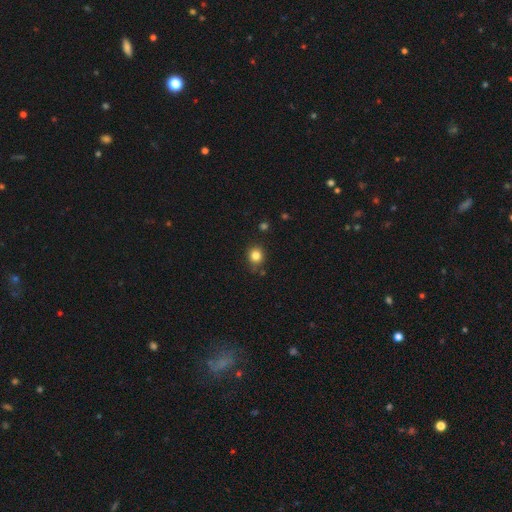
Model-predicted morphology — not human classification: Q: Smooth or featured?
A: smooth (83%); runner-up: star or artifact (12%)
Q: How rounded?
A: round (81%); runner-up: in between (18%)
Q: Merging?
A: none (81%); runner-up: minor disturbance (12%)